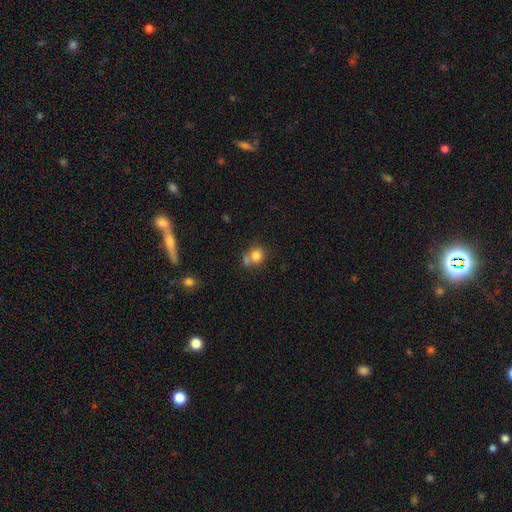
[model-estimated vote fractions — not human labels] Smooth or featured: smooth — 80% (star or artifact — 11%)
How rounded: round — 81% (in between — 18%)
Merging: none — 50% (merger — 31%)